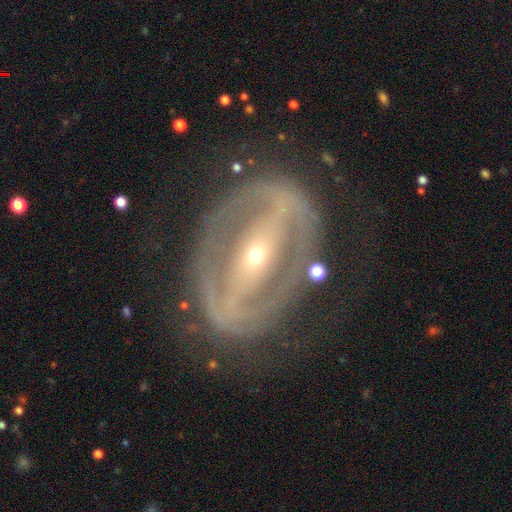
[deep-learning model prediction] Overall: featured or disk (83%). Edge-on disk: no (94%). Bar: strong (54%; weak 24%). Spiral arms: yes (65%; no 35%). Spiral arm count: 2 (73%). Spiral winding: tight (49%; medium 35%). Bulge size: small (66%; moderate 30%). Merging: none (69%).